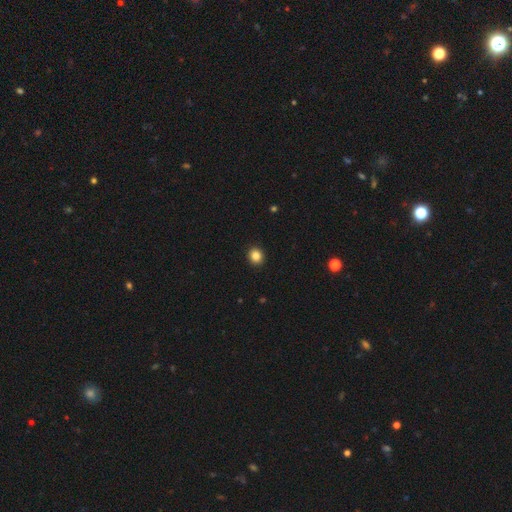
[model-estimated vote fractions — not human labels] Overall: smooth (86%). How rounded: round (83%). Merging: none (93%).